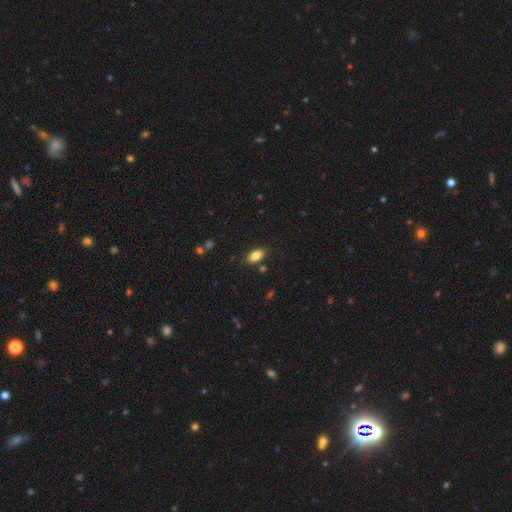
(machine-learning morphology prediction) Smooth or featured: smooth — 81% (featured or disk — 10%)
How rounded: in between — 88% (cigar-shaped — 8%)
Merging: none — 83% (minor disturbance — 12%)